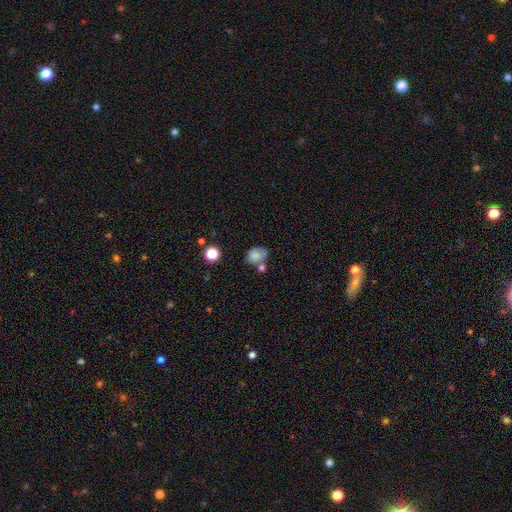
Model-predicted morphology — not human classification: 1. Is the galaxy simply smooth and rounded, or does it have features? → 79% smooth, 11% featured or disk, 10% star or artifact.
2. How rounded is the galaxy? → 67% in between, 32% round, 1% cigar-shaped.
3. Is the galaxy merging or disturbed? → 45% none, 24% merger, 22% minor disturbance, 9% major disturbance.